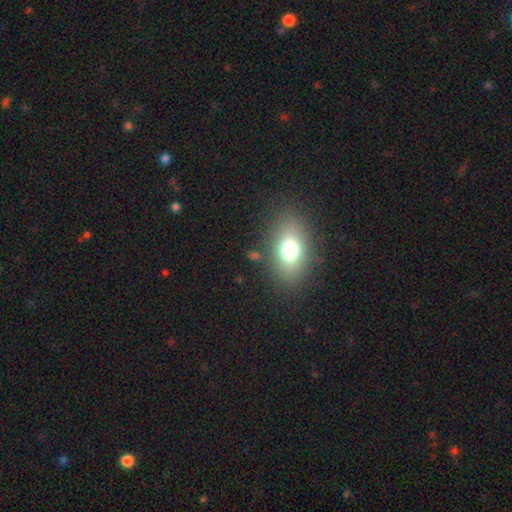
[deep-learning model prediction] Smooth or featured?
  - smooth: 73% *
  - featured or disk: 16%
  - star or artifact: 11%
How rounded?
  - in between: 82% *
  - round: 14%
  - cigar-shaped: 4%
Merging?
  - none: 84% *
  - minor disturbance: 10%
  - major disturbance: 4%
  - merger: 2%